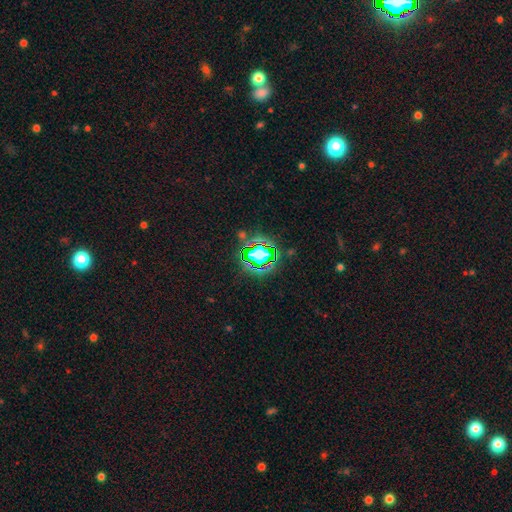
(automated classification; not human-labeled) This appears to be a star or artifact, not a galaxy (61%).